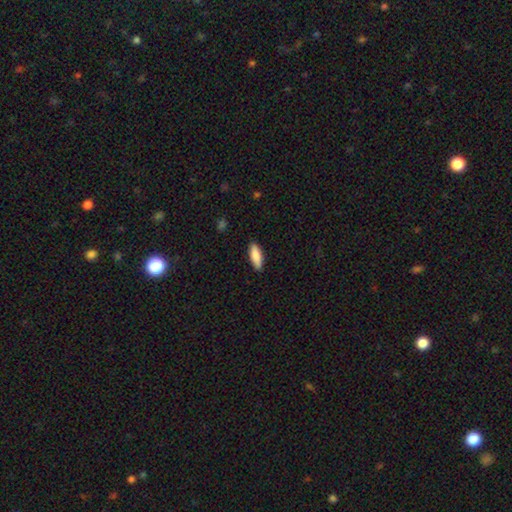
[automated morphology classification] Smooth or featured? Predicted: smooth (p=0.86). How rounded? Predicted: in between (p=0.56). Merging? Predicted: none (p=0.88).